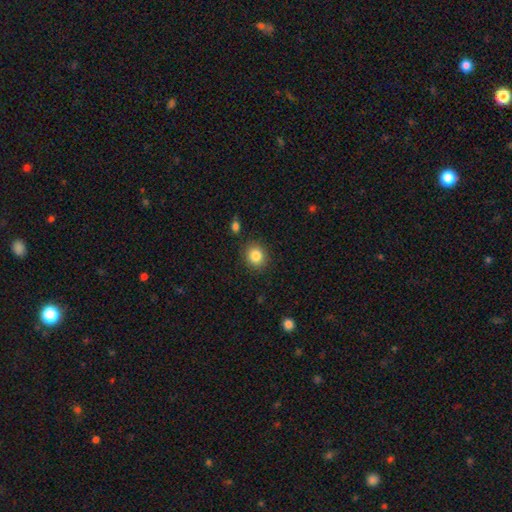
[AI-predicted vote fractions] A smooth galaxy with no disk features (85%) that is round (73%). Merging: none (88%).